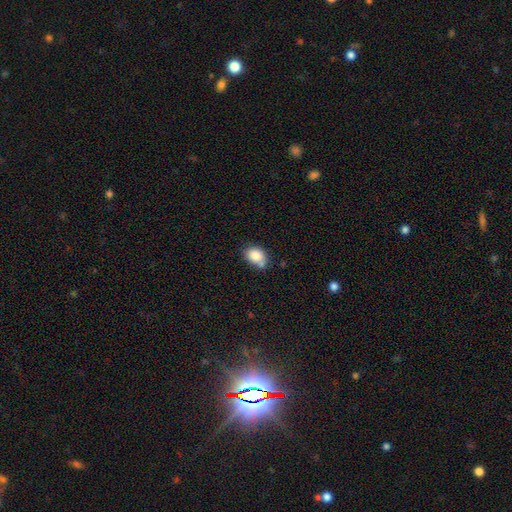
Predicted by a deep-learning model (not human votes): This appears to be a smooth galaxy with no disk features (84%) that is in between round and cigar-shaped (63%). Merging: none (56%).